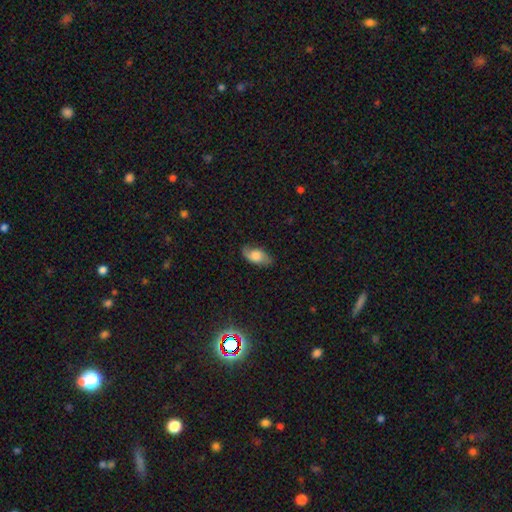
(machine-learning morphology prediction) Smooth or featured: smooth — 53% (featured or disk — 39%)
How rounded: in between — 89% (cigar-shaped — 6%)
Merging: none — 76% (minor disturbance — 18%)